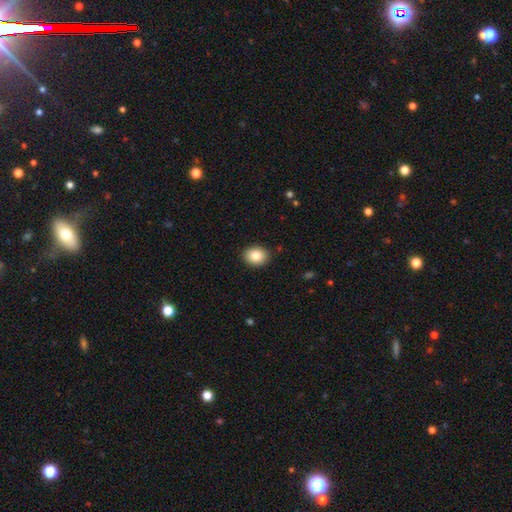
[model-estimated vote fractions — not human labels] smooth-or-featured: smooth: 85% | star or artifact: 8% | featured or disk: 7%
  how-rounded: in between: 53% | round: 46% | cigar-shaped: 1%
  merging: none: 90% | minor disturbance: 7% | major disturbance: 2% | merger: 1%